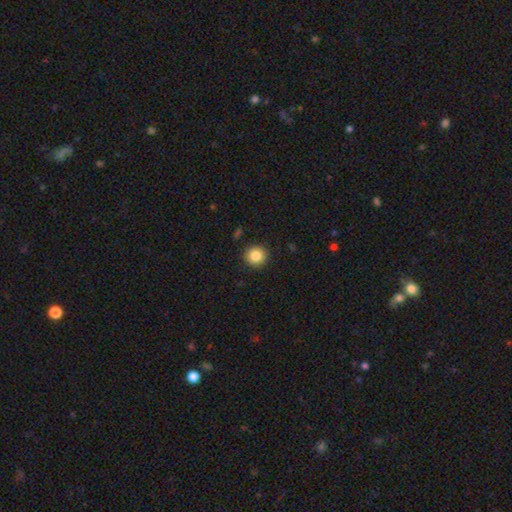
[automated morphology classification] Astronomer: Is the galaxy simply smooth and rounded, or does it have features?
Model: smooth — 85%.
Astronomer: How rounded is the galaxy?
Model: round — 93%.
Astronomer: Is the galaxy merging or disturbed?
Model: none — 91%.